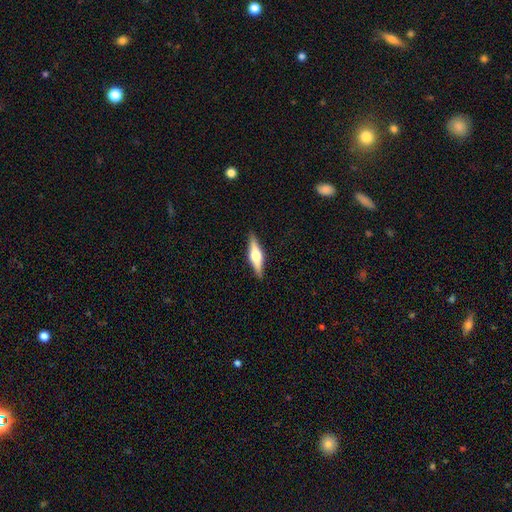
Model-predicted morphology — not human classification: A featured or disk galaxy (68%) viewed edge-on (97%) with a rounded central bulge (92%).

Vote fractions:
- Smooth or featured? featured or disk: 68% / smooth: 26% / star or artifact: 6%
- Edge-on disk? yes: 97% / no: 3%
- Edge-on bulge? rounded: 92% / boxy: 6% / none: 2%
- Merging? none: 90% / minor disturbance: 7% / major disturbance: 2% / merger: 1%